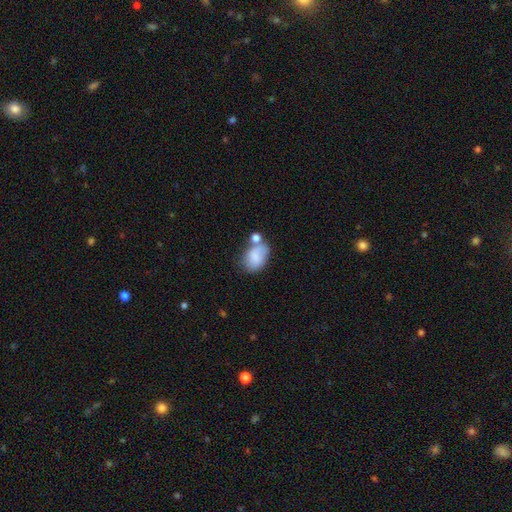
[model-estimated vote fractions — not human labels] Smooth or featured? Predicted: smooth (p=0.76). How rounded? Predicted: in between (p=0.80). Merging? Predicted: none (p=0.38).